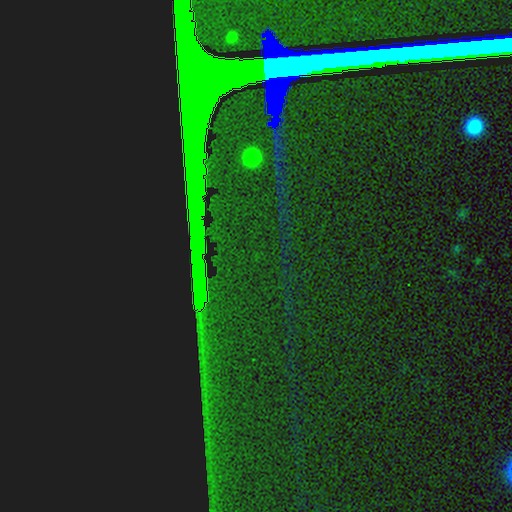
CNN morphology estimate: The model was most divided on "smooth or featured": star or artifact: 87%, featured or disk: 7%, smooth: 6%.